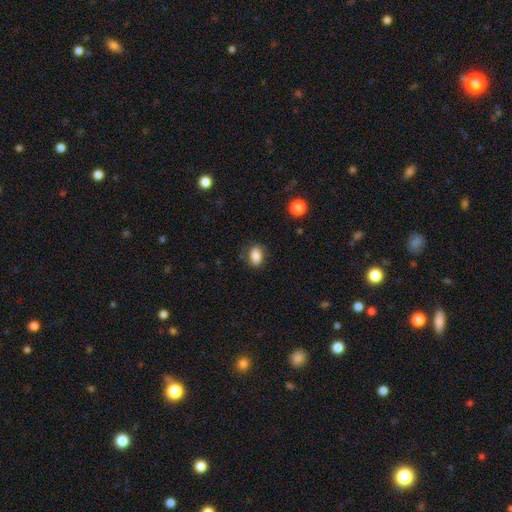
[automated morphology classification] smooth_or_featured: smooth (p=0.79) [alt: featured or disk p=0.12]
how_rounded: in between (p=0.79) [alt: round p=0.20]
merging: none (p=0.71) [alt: minor disturbance p=0.20]